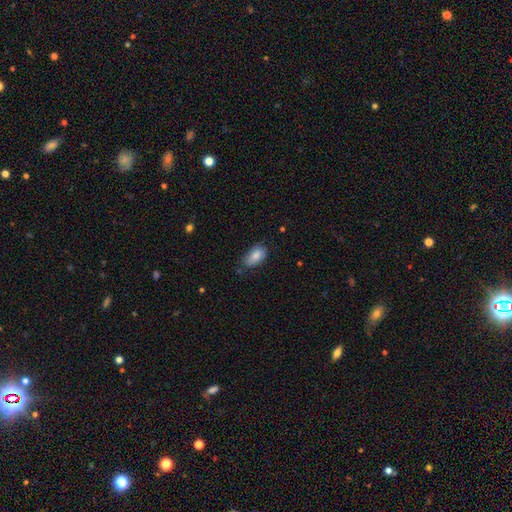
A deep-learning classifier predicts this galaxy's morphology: Smooth or featured? smooth (85%)
How rounded? in between (92%)
Merging? none (66%)